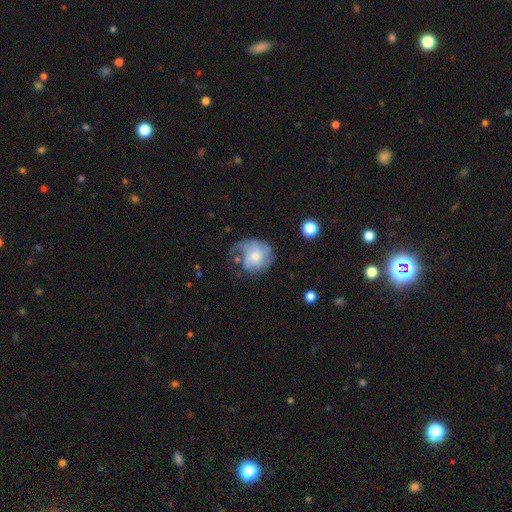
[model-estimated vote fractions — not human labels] Morphology: type=featured or disk (64%); edge-on=no (98%); bar=no (75%); spiral arms=yes (83%); winding=medium (38%); arm count=can't tell (35%); bulge=moderate (50%); merging=none (39%).